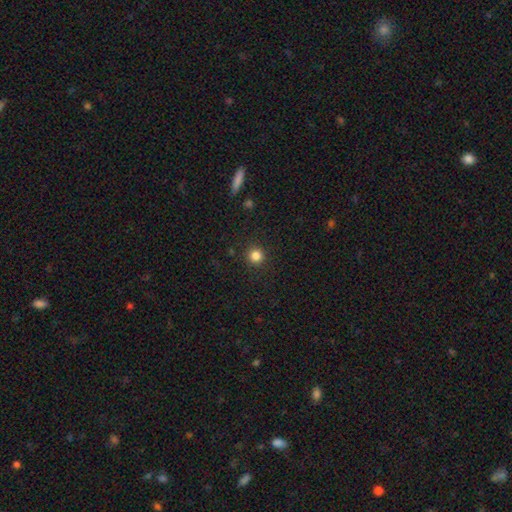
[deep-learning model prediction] The model was most divided on "smooth or featured": smooth: 83%, star or artifact: 13%, featured or disk: 4%. More confident: how rounded — round (95%); merging — none (91%).